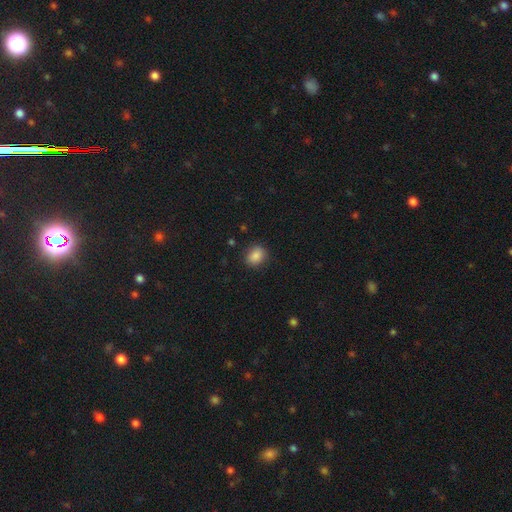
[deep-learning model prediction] Morphology: type=smooth (87%); roundness=round (55%); merging=none (85%).